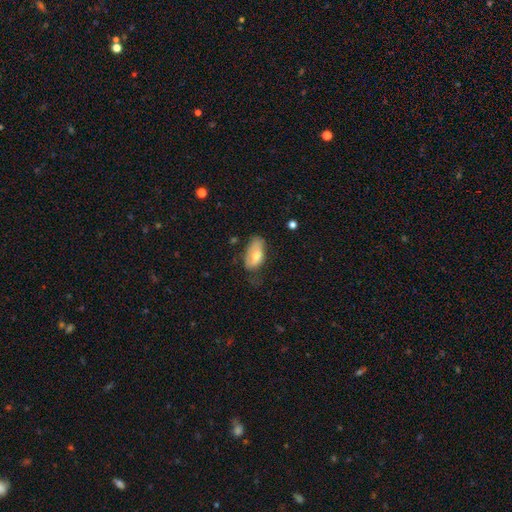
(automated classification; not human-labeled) A smooth galaxy with no disk features (65%) that is in between round and cigar-shaped (92%).

Vote fractions:
- Smooth or featured? smooth: 65% / featured or disk: 27% / star or artifact: 7%
- How rounded? in between: 92% / round: 4% / cigar-shaped: 4%
- Merging? none: 43% / minor disturbance: 38% / major disturbance: 17% / merger: 2%